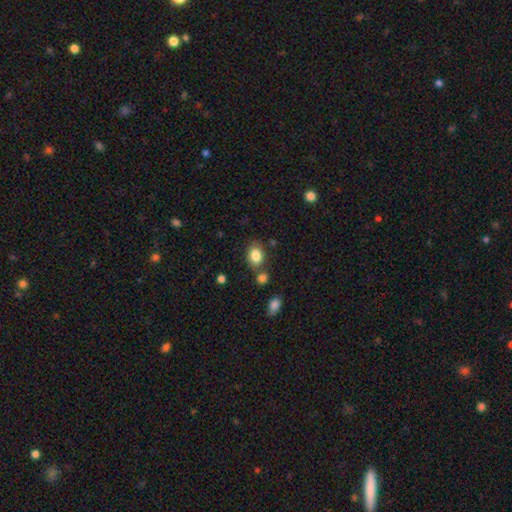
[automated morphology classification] Smooth or featured: smooth — 84% (star or artifact — 9%)
How rounded: in between — 68% (round — 31%)
Merging: none — 70% (minor disturbance — 13%)